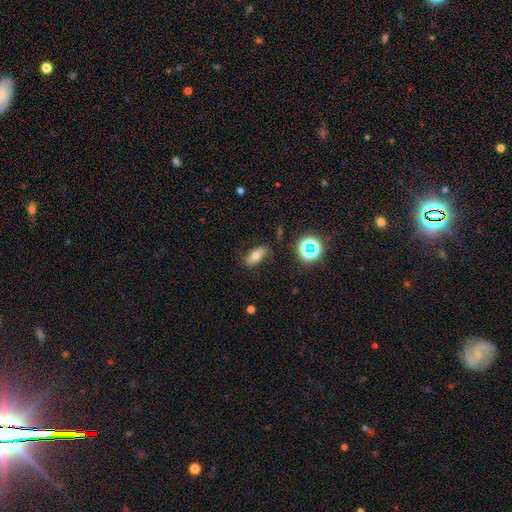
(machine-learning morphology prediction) A smooth galaxy with no disk features (58%) that is in between round and cigar-shaped (83%). Merging: none (69%).